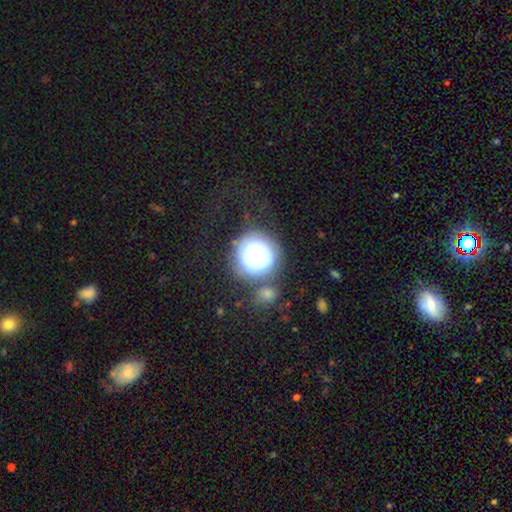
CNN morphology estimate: smooth-or-featured: smooth: 57% | featured or disk: 33% | star or artifact: 10%
  how-rounded: round: 90% | in between: 9% | cigar-shaped: 1%
  merging: none: 56% | minor disturbance: 17% | merger: 16% | major disturbance: 10%